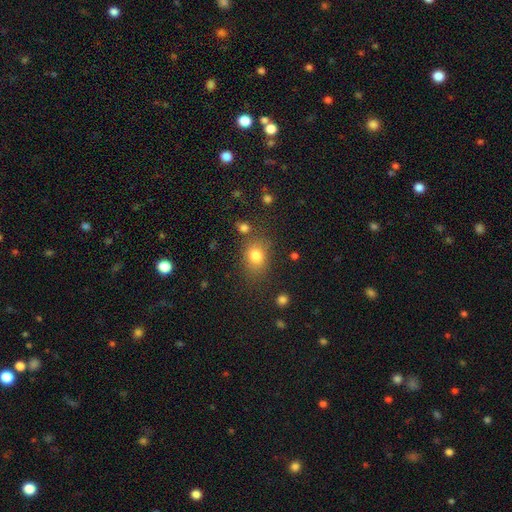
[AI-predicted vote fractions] This is clearly a smooth galaxy (80%). How rounded: possibly in between (59%). Merging: likely none (69%).